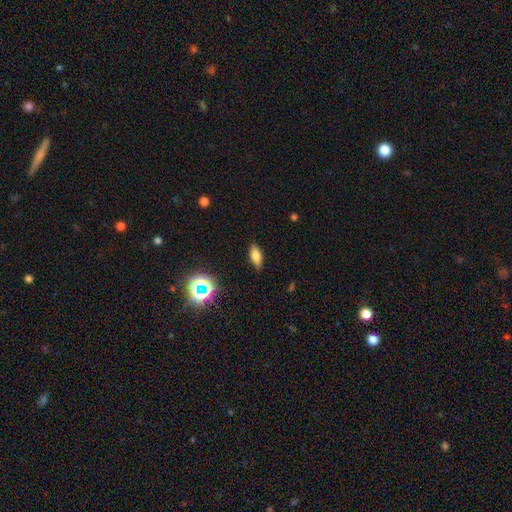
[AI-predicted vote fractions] Smooth or featured: smooth — 72% (featured or disk — 15%)
How rounded: in between — 77% (cigar-shaped — 18%)
Merging: none — 86% (minor disturbance — 11%)